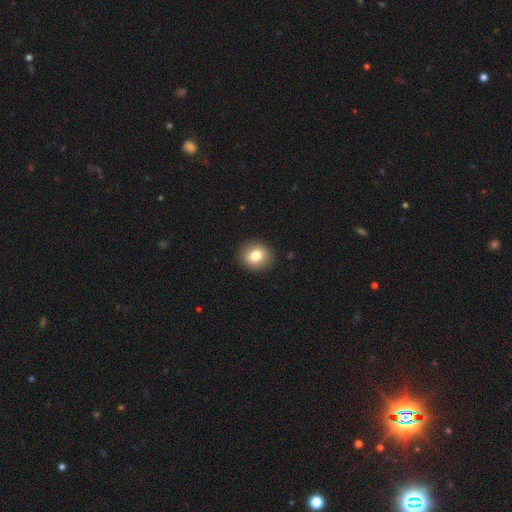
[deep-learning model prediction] Smooth or featured? smooth (81%)
How rounded? round (77%)
Merging? none (91%)